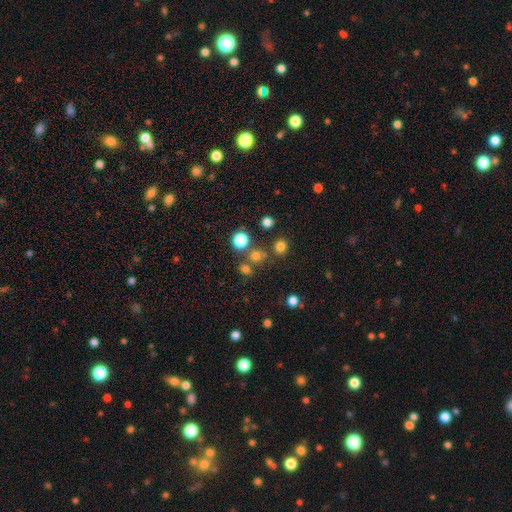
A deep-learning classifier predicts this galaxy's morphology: Smooth or featured? Predicted: smooth (p=0.71). How rounded? Predicted: round (p=0.84). Merging? Predicted: none (p=0.71).